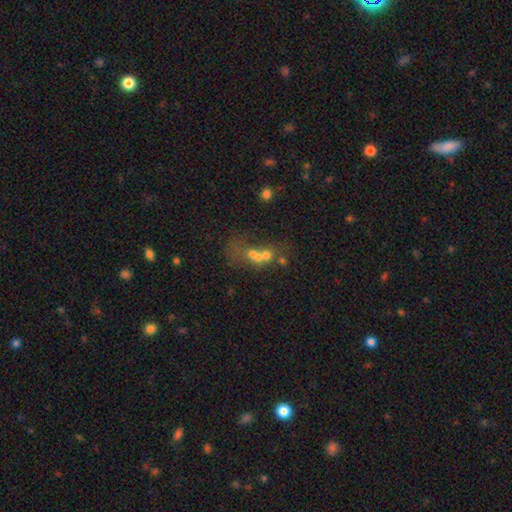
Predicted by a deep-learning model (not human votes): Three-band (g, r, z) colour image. It shows a smooth galaxy with no disk features (45%). Merging: merger (60%).